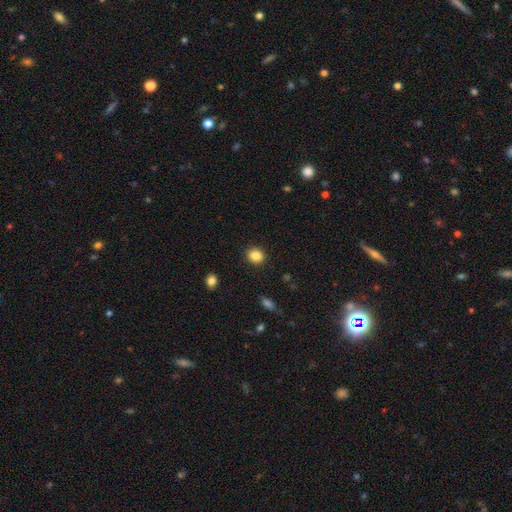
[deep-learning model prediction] smooth 86%, star or artifact 10%, featured or disk 4%. Down the decision tree: how rounded — round (76%); merging — none (91%).